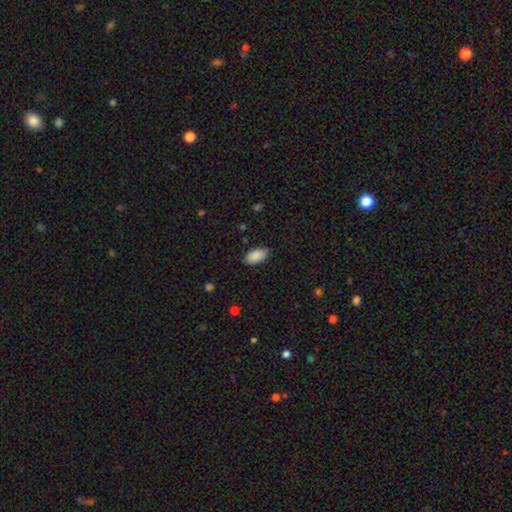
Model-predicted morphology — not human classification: The model was most divided on "merging": none: 85%, minor disturbance: 12%, major disturbance: 2%, merger: 1%. More confident: how rounded — in between (95%); smooth or featured — smooth (90%).